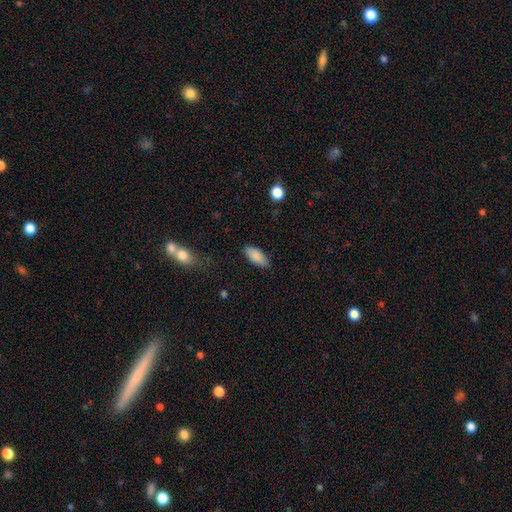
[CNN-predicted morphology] This appears to be a smooth galaxy with no disk features (88%) that is in between round and cigar-shaped (83%). Merging: none (85%).